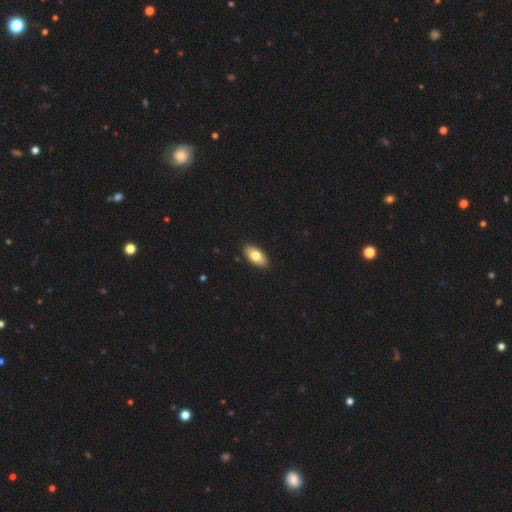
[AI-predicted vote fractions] Smooth or featured?
  - smooth: 77% *
  - featured or disk: 17%
  - star or artifact: 6%
How rounded?
  - in between: 91% *
  - cigar-shaped: 6%
  - round: 3%
Merging?
  - none: 89% *
  - minor disturbance: 8%
  - major disturbance: 2%
  - merger: 1%